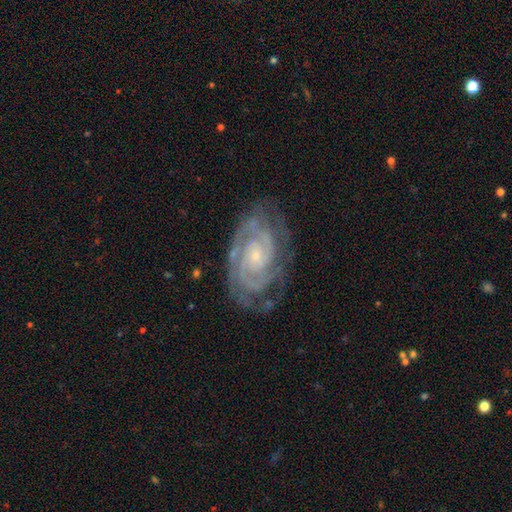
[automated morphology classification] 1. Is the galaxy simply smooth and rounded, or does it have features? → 90% featured or disk, 5% star or artifact, 5% smooth.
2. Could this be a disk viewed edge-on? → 97% no, 3% yes.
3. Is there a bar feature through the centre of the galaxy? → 72% no, 21% weak, 7% strong.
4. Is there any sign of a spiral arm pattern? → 98% yes, 2% no.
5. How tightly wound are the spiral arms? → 75% tight, 22% medium, 3% loose.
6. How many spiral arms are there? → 48% 2, 18% 3, 16% can't tell, 8% 4, 5% more than 4, 5% 1.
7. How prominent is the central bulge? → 80% small, 15% moderate, 3% none, 1% large, 1% dominant.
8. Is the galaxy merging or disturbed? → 74% none, 18% minor disturbance, 7% major disturbance, 1% merger.